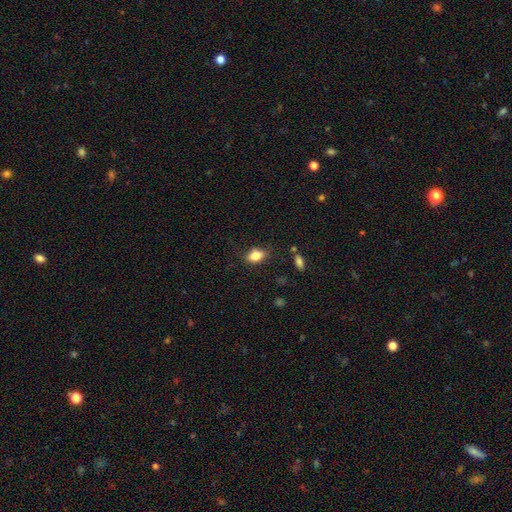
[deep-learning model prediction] smooth 81%, star or artifact 9%, featured or disk 9%. Down the decision tree: how rounded — in between (80%); merging — none (77%).